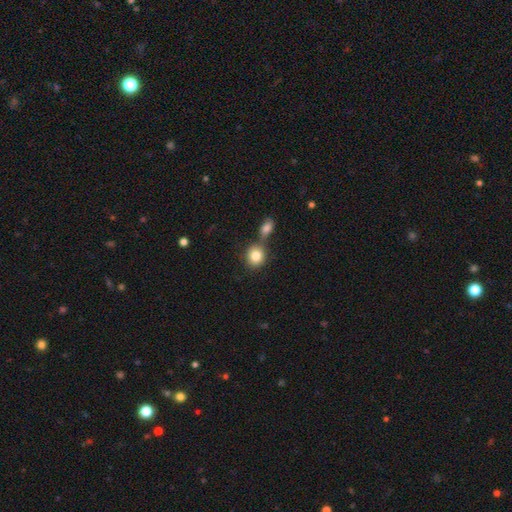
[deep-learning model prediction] A smooth galaxy with no disk features (83%) that is round (79%).

Vote fractions:
- Smooth or featured? smooth: 83% / star or artifact: 9% / featured or disk: 8%
- How rounded? round: 79% / in between: 20% / cigar-shaped: 1%
- Merging? none: 55% / merger: 32% / minor disturbance: 9% / major disturbance: 3%